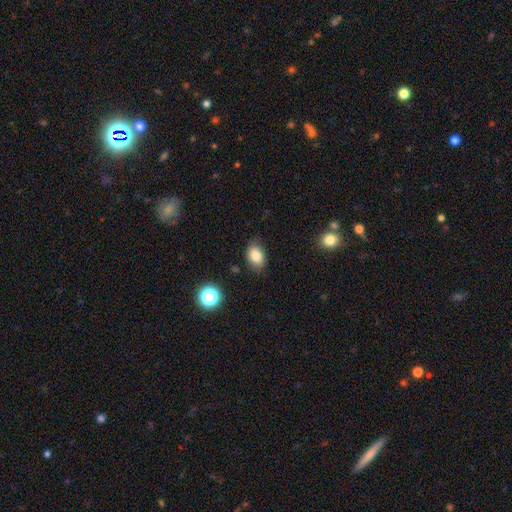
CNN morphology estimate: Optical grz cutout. It shows a smooth galaxy with no disk features (83%) that is in between round and cigar-shaped (79%). Merging: none (80%).